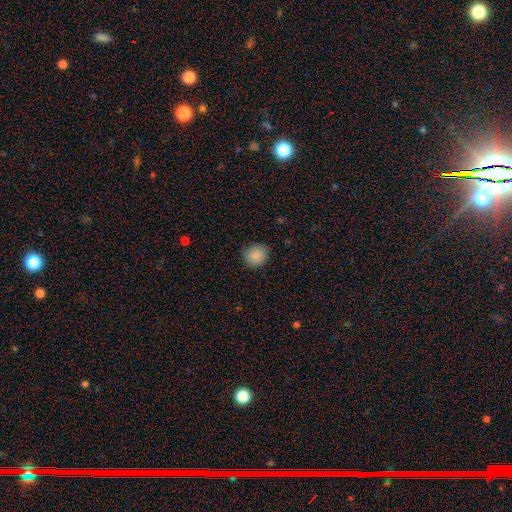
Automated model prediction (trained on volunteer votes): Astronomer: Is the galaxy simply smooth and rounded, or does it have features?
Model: smooth — 87%.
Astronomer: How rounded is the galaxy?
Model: round — 84%.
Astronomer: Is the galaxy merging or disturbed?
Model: none — 83%.